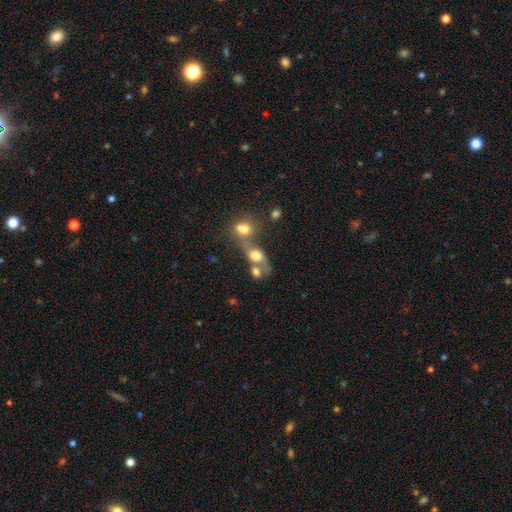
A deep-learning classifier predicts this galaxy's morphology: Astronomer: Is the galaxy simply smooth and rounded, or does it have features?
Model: smooth — 58%.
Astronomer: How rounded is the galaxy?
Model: in between — 58% (runner-up: round, 37%).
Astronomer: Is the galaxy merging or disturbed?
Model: merger — 60%.